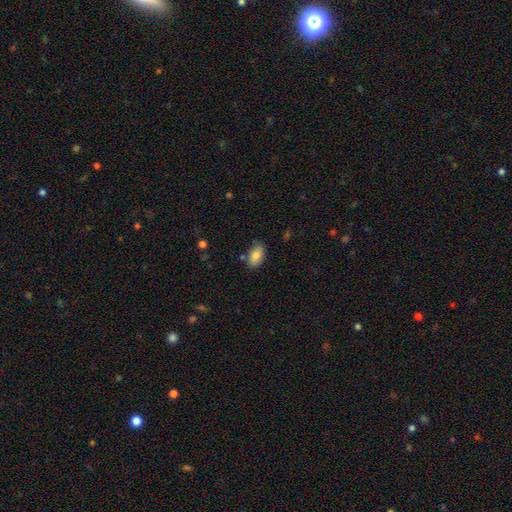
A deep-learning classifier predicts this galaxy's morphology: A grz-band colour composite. It shows a smooth galaxy with no disk features (83%) that is in between round and cigar-shaped (92%). Merging: none (73%).